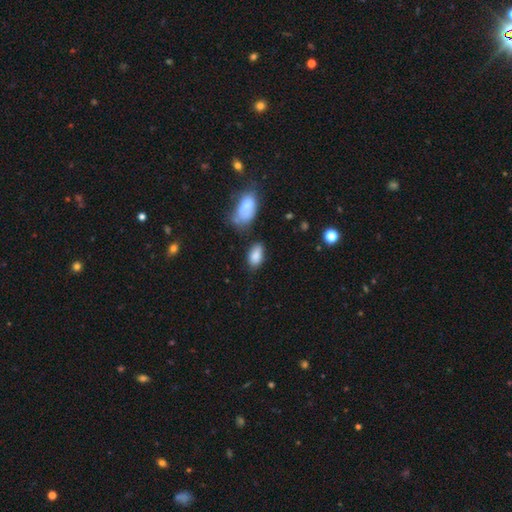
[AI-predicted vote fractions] Q: Smooth or featured?
A: smooth (86%); runner-up: star or artifact (8%)
Q: How rounded?
A: in between (92%); runner-up: round (5%)
Q: Merging?
A: none (67%); runner-up: minor disturbance (20%)